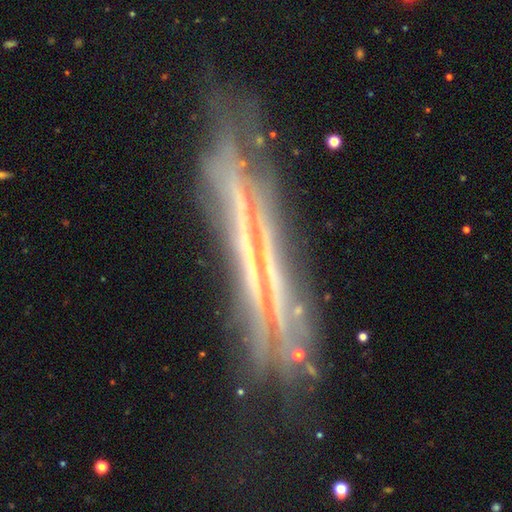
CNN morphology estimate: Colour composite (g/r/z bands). It shows a featured or disk galaxy (73%) viewed edge-on (74%) with no central bulge (83%). Merging: none (58%).